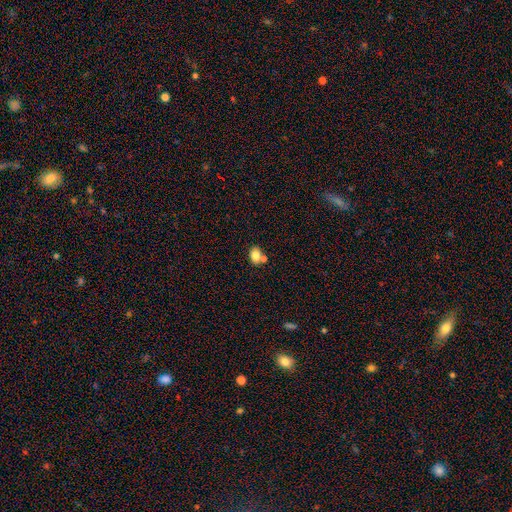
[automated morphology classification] Overall: smooth (81%). How rounded: in between (74%). Merging: none (55%; merger 29%).